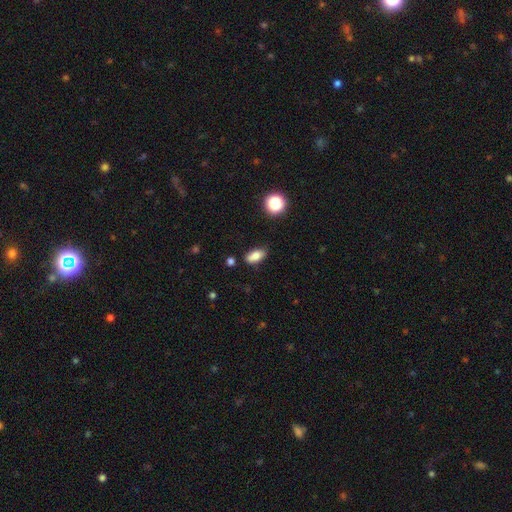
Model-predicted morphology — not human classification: A smooth galaxy with no disk features (77%) that is in between round and cigar-shaped (86%). Merging: none (74%).